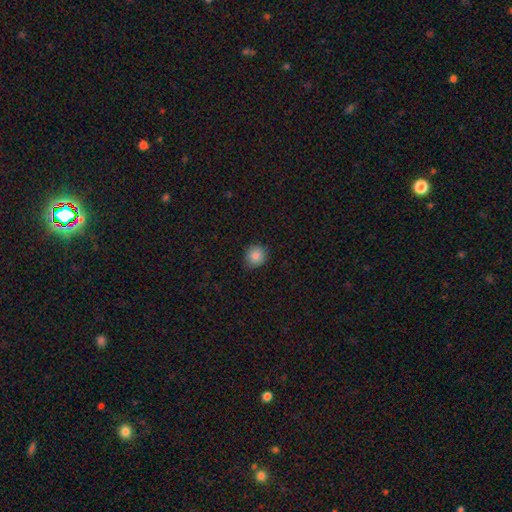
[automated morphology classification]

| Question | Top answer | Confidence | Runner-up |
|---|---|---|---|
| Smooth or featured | smooth | 86% | star or artifact (10%) |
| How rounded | round | 85% | in between (14%) |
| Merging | none | 85% | minor disturbance (12%) |